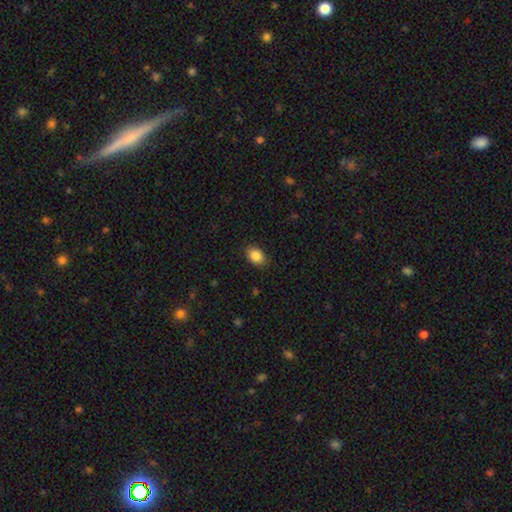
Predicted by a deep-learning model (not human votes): This is clearly a smooth galaxy (87%). How rounded: likely in between (71%). Merging: clearly none (86%).